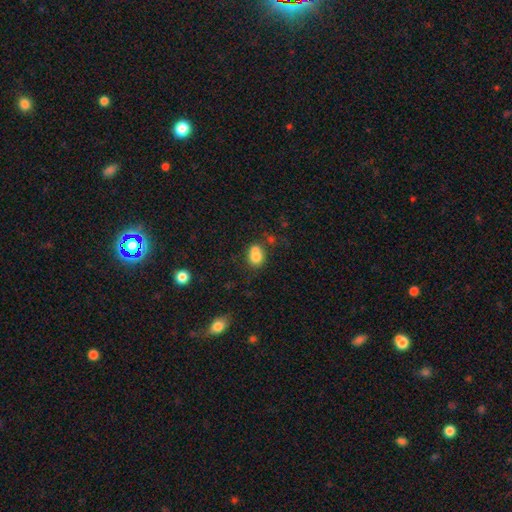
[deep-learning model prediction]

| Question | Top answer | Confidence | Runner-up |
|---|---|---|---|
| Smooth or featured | smooth | 78% | featured or disk (11%) |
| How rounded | in between | 61% | round (38%) |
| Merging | none | 44% | merger (29%) |